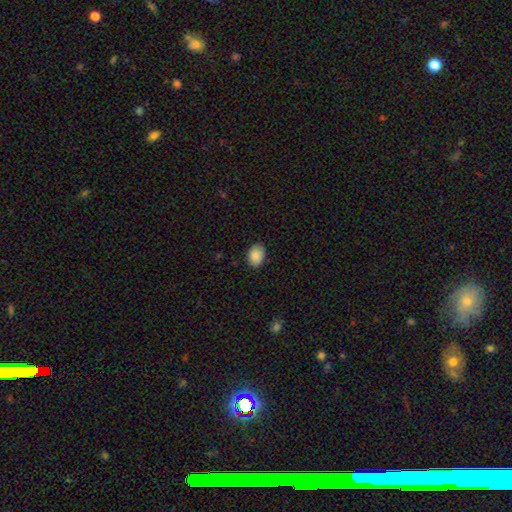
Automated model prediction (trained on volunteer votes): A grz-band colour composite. It shows a smooth galaxy with no disk features (89%) that is in between round and cigar-shaped (72%). Merging: none (83%).